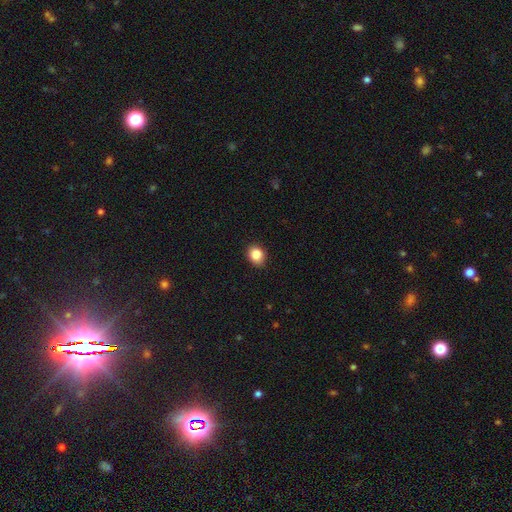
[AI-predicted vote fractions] smooth 86%, star or artifact 9%, featured or disk 4%. Down the decision tree: how rounded — round (59%); merging — none (83%).